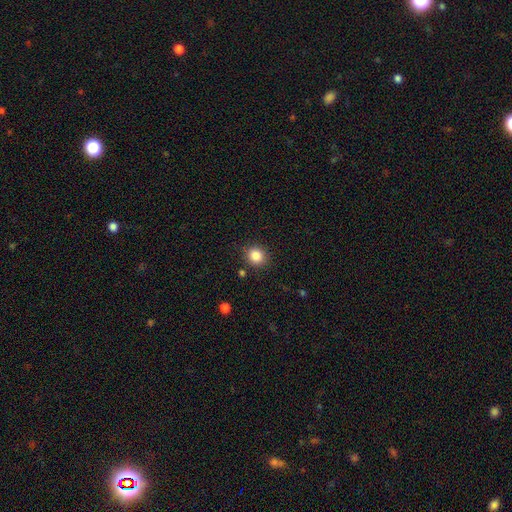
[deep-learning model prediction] The model was most divided on "how rounded": round: 85%, in between: 14%, cigar-shaped: 1%. More confident: merging — none (88%); smooth or featured — smooth (85%).